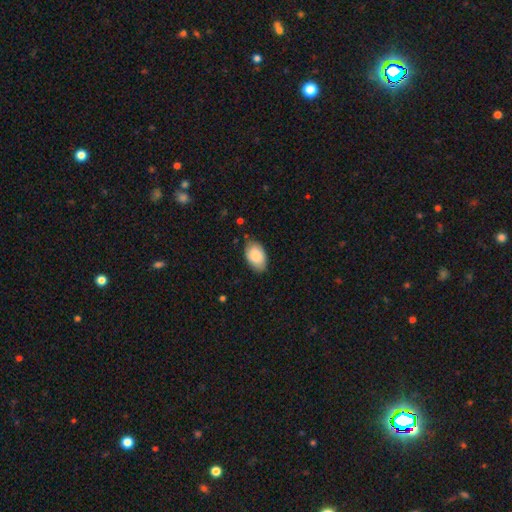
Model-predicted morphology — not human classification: Smooth or featured: smooth — 86% (featured or disk — 8%)
How rounded: in between — 92% (round — 7%)
Merging: none — 79% (minor disturbance — 17%)